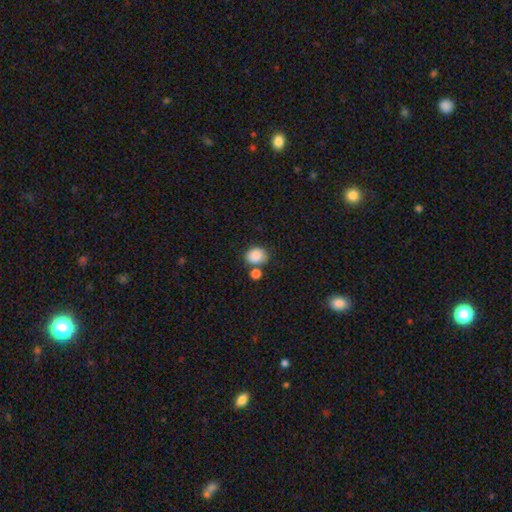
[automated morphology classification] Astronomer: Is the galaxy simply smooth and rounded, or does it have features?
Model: smooth — 86%.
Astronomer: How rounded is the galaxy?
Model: round — 56% (runner-up: in between, 43%).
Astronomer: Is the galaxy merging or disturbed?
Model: none — 61%.